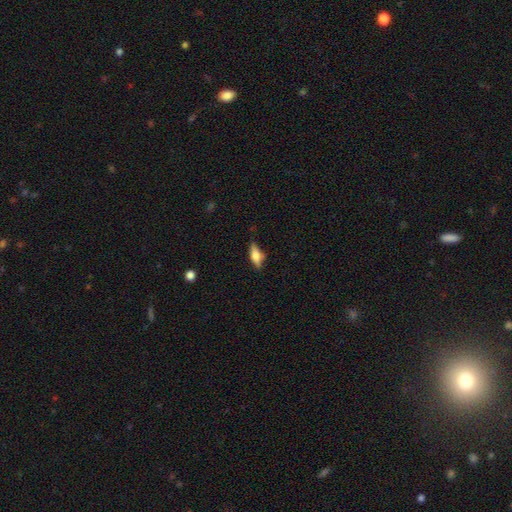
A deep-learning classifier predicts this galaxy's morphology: type=smooth (57%); roundness=in between (65%); merging=none (72%).